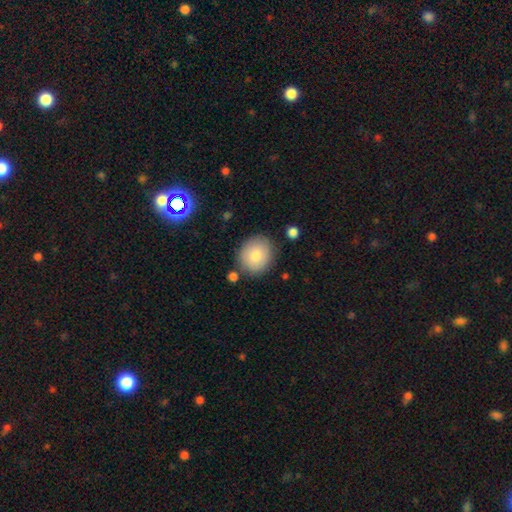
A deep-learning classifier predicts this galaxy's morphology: type=smooth (81%); roundness=round (76%); merging=none (81%).